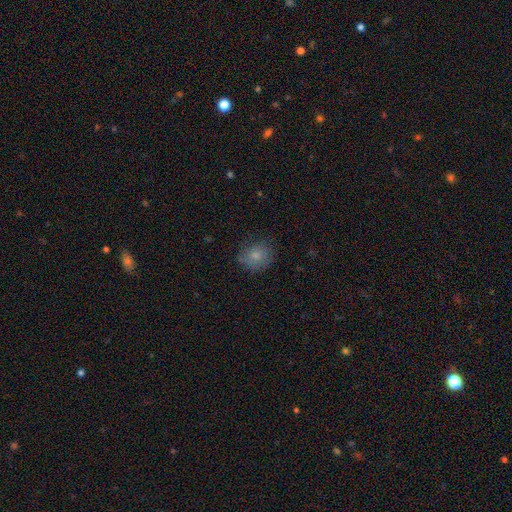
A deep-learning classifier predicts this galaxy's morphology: The model was most divided on "how rounded": round: 71%, in between: 28%, cigar-shaped: 1%. More confident: smooth or featured — smooth (80%); merging — none (72%).